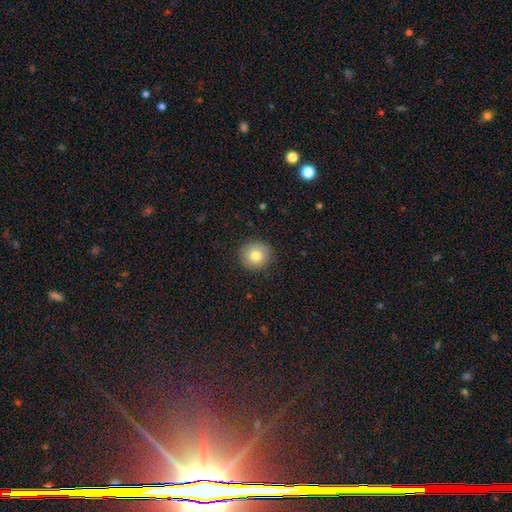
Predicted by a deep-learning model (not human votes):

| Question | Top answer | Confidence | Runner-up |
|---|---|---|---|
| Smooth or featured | smooth | 79% | featured or disk (11%) |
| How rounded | round | 92% | in between (7%) |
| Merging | none | 89% | minor disturbance (8%) |